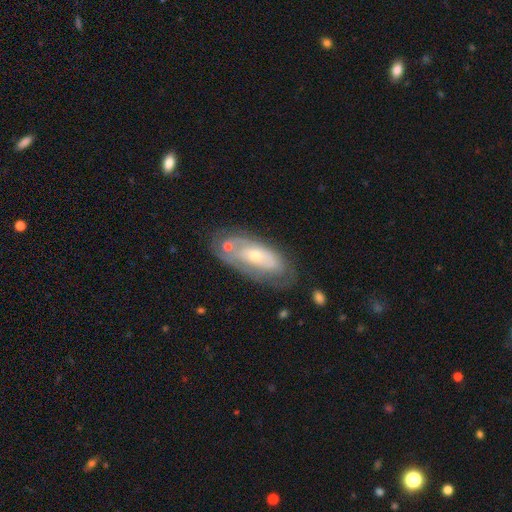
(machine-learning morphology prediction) featured or disk 65%, smooth 28%, star or artifact 6%. Down the decision tree: edge-on disk — no (88%); bar — no (76%); spiral arms — yes (60%); bulge size — small (52%); merging — none (56%).